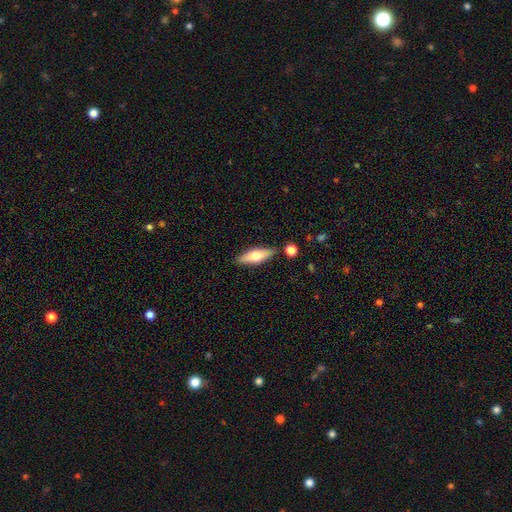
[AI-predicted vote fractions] Smooth or featured? Predicted: smooth (p=0.55). How rounded? Predicted: cigar-shaped (p=0.52). Merging? Predicted: none (p=0.82).